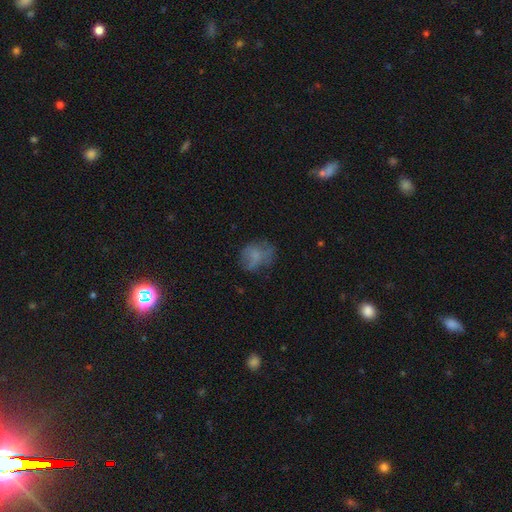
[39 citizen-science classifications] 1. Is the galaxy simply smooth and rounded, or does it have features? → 62% smooth, 31% featured or disk, 8% star or artifact.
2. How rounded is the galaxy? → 50% round (tied), 50% in between (tied), 0% cigar-shaped.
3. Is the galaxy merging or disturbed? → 61% none, 22% minor disturbance, 14% major disturbance, 3% merger.